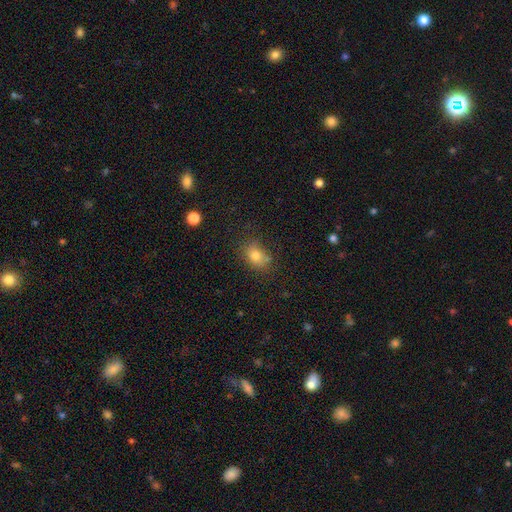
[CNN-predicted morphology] Overall: smooth (79%). How rounded: in between (67%; round 31%). Merging: none (69%).